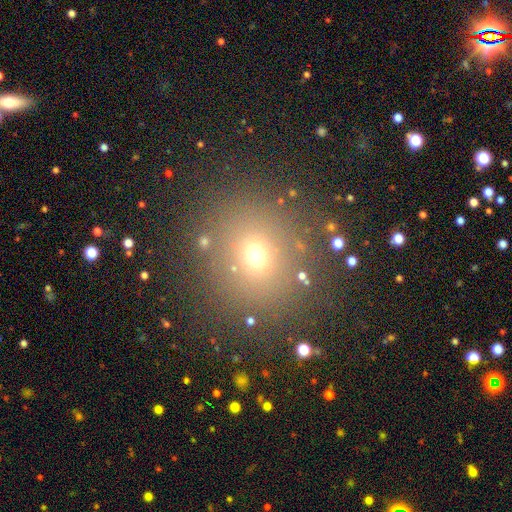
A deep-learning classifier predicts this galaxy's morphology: This is likely a smooth galaxy (63%). How rounded: clearly round (83%). Merging: clearly none (85%).